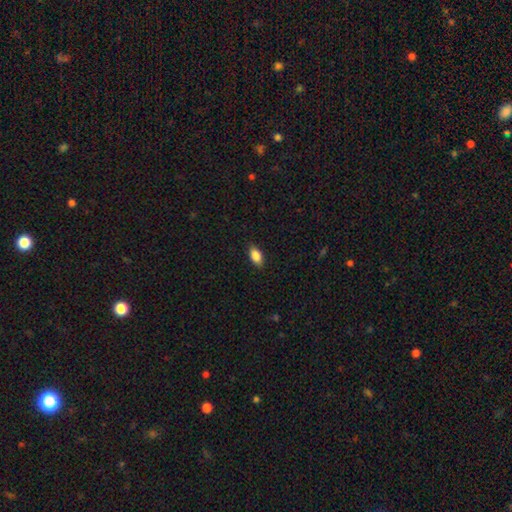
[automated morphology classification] Smooth or featured? smooth (84%)
How rounded? in between (89%)
Merging? none (87%)